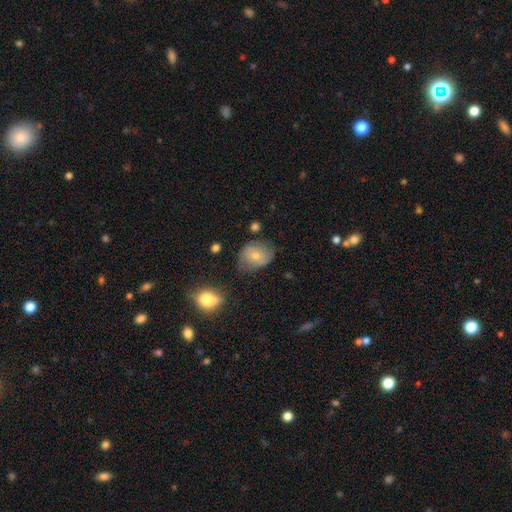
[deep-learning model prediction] A smooth galaxy with no disk features (56%) that is in between round and cigar-shaped (52%). Merging: none (57%).